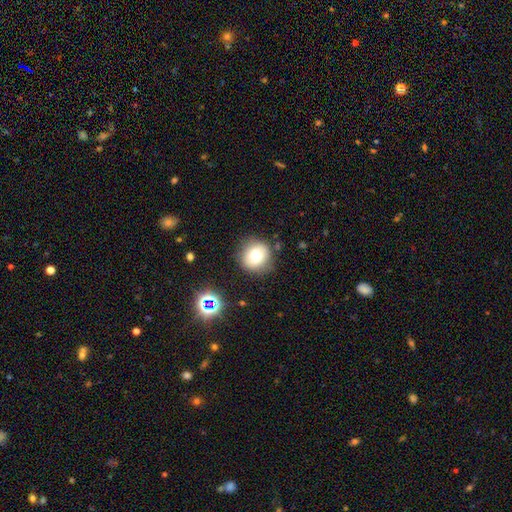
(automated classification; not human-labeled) Q: Smooth or featured?
A: smooth (71%); runner-up: featured or disk (15%)
Q: How rounded?
A: round (89%); runner-up: in between (10%)
Q: Merging?
A: none (82%); runner-up: minor disturbance (12%)